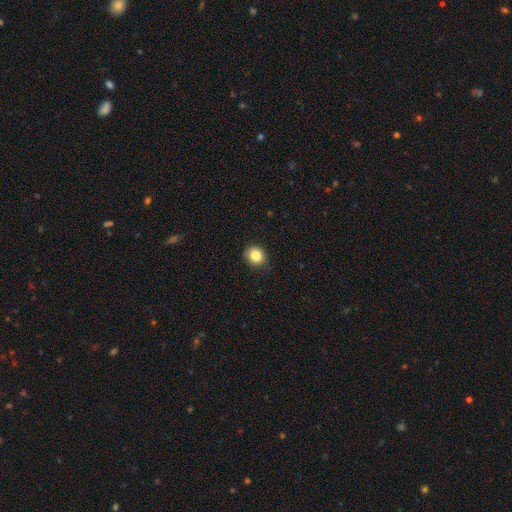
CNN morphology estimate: type=smooth (84%); roundness=round (70%); merging=none (86%).